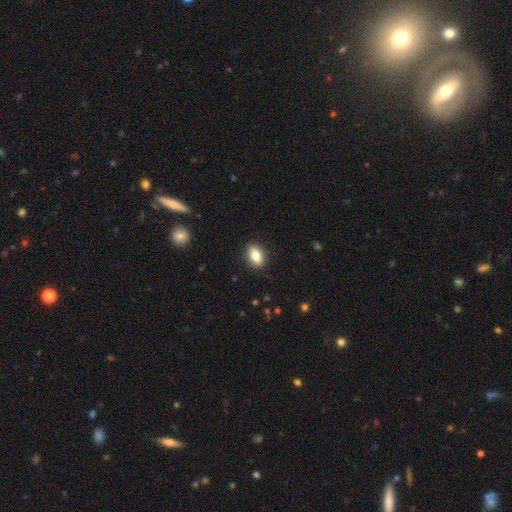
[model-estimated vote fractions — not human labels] Smooth or featured?
  - smooth: 80% *
  - featured or disk: 12%
  - star or artifact: 8%
How rounded?
  - in between: 81% *
  - round: 15%
  - cigar-shaped: 3%
Merging?
  - none: 90% *
  - minor disturbance: 7%
  - major disturbance: 2%
  - merger: 1%